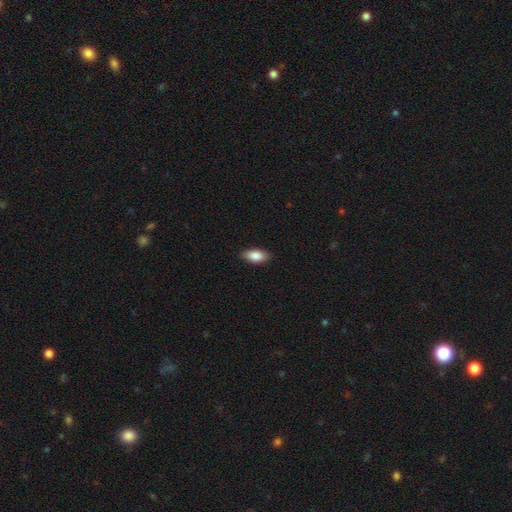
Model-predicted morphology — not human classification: A smooth galaxy with no disk features (86%) that is in between round and cigar-shaped (89%).

Vote fractions:
- Smooth or featured? smooth: 86% / featured or disk: 8% / star or artifact: 7%
- How rounded? in between: 89% / cigar-shaped: 8% / round: 3%
- Merging? none: 87% / minor disturbance: 10% / major disturbance: 2% / merger: 1%